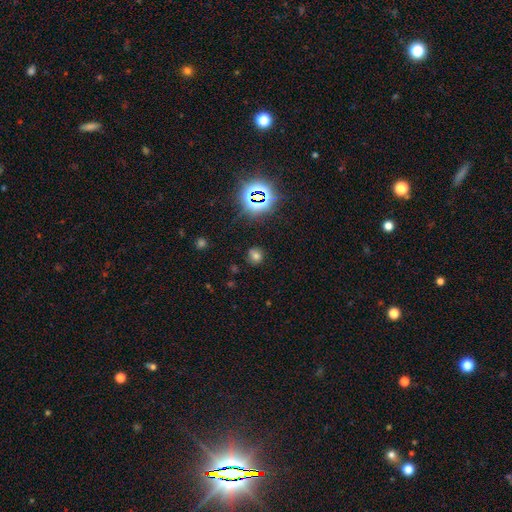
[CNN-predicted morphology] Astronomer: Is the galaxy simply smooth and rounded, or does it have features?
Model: smooth — 62%.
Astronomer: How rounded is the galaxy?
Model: round — 83%.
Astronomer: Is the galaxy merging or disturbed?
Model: none — 79%.